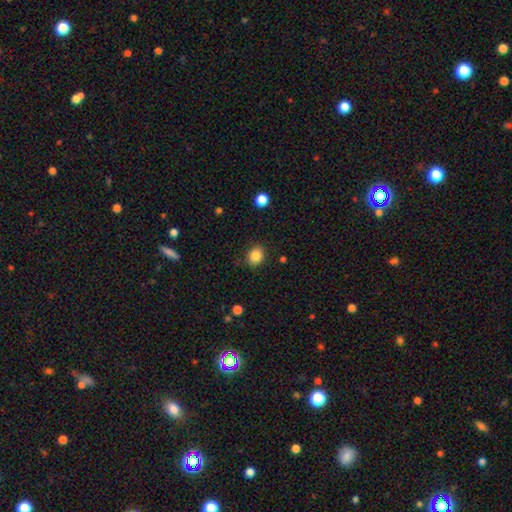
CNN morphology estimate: Smooth or featured? Predicted: smooth (p=0.85). How rounded? Predicted: round (p=0.56). Merging? Predicted: none (p=0.84).